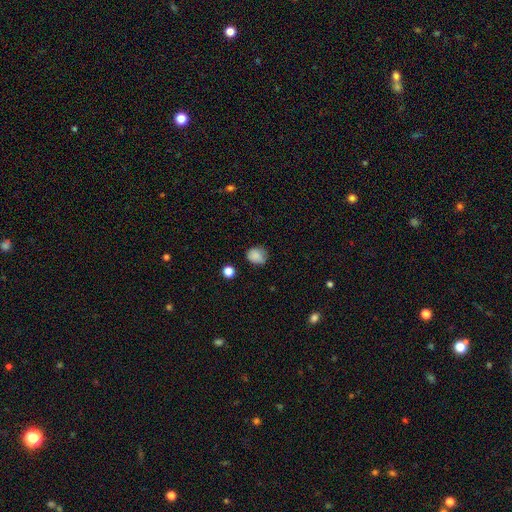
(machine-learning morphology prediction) Smooth or featured: smooth — 85% (star or artifact — 10%)
How rounded: round — 68% (in between — 31%)
Merging: none — 71% (minor disturbance — 23%)